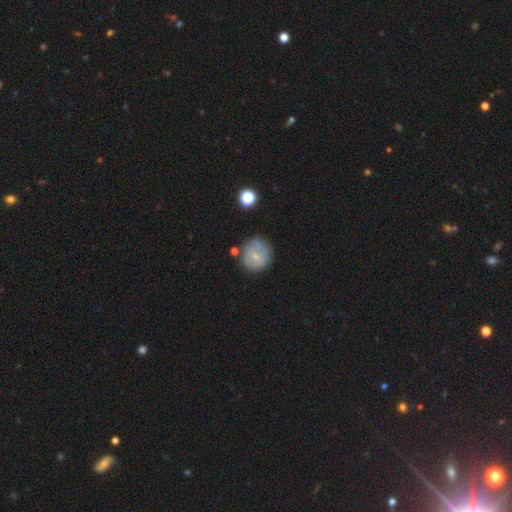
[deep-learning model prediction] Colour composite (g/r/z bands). It shows a smooth galaxy with no disk features (54%) that is round (87%). Merging: none (67%).